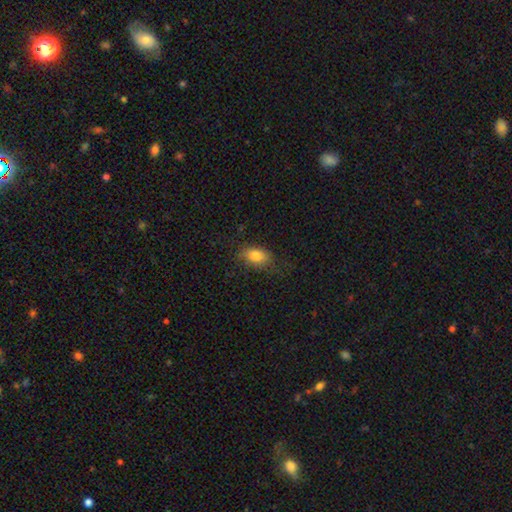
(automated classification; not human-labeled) smooth_or_featured: smooth (p=0.81) [alt: featured or disk p=0.10]
how_rounded: in between (p=0.82) [alt: round p=0.16]
merging: none (p=0.68) [alt: minor disturbance p=0.22]